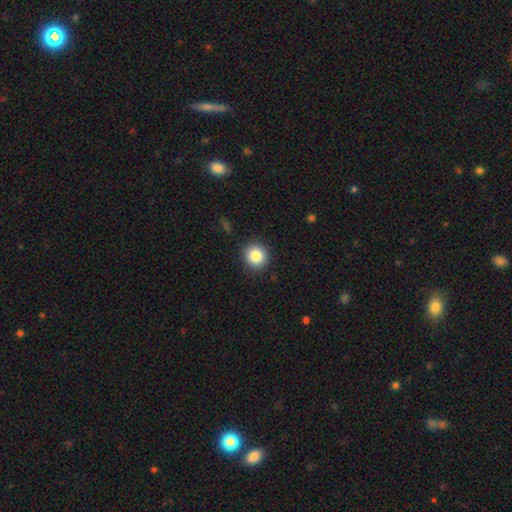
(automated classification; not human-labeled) This appears to be a smooth galaxy with no disk features (85%) that is round (93%). Merging: none (91%).